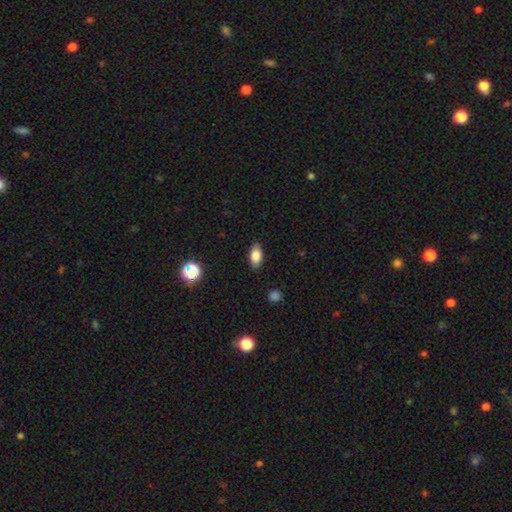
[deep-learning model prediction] Morphology: type=smooth (84%); roundness=in between (89%); merging=none (86%).